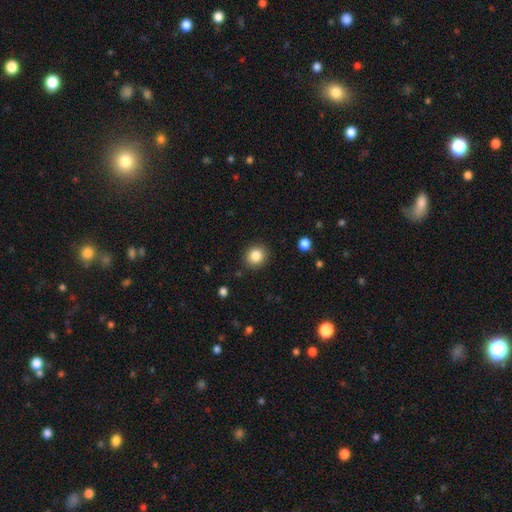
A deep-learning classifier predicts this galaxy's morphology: A smooth galaxy with no disk features (85%) that is round (78%). Merging: none (89%).